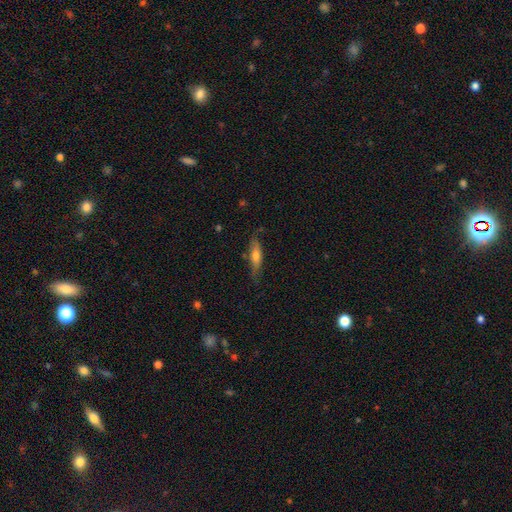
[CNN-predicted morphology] smooth-or-featured: smooth: 59% | featured or disk: 34% | star or artifact: 7%
  how-rounded: cigar-shaped: 60% | in between: 38% | round: 2%
  merging: none: 69% | minor disturbance: 22% | major disturbance: 6% | merger: 3%